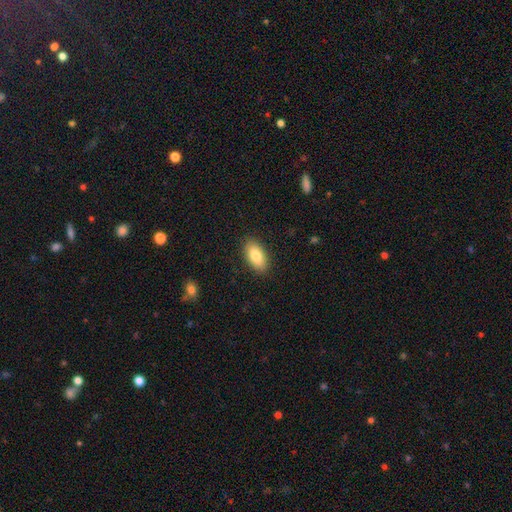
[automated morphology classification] smooth 84%, featured or disk 9%, star or artifact 6%. Down the decision tree: how rounded — in between (91%); merging — none (88%).